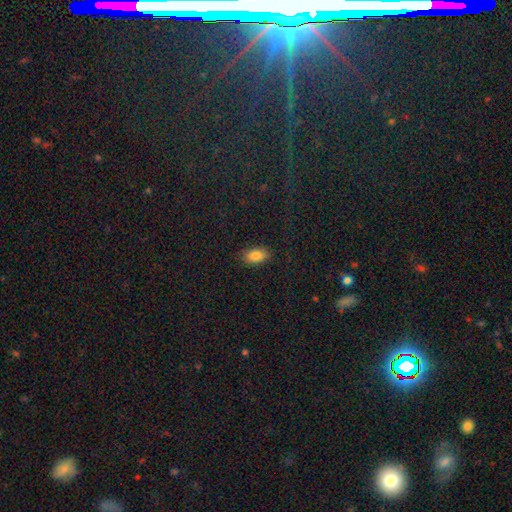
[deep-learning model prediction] smooth_or_featured: smooth (p=0.83) [alt: star or artifact p=0.09]
how_rounded: in between (p=0.91) [alt: round p=0.06]
merging: none (p=0.87) [alt: minor disturbance p=0.09]